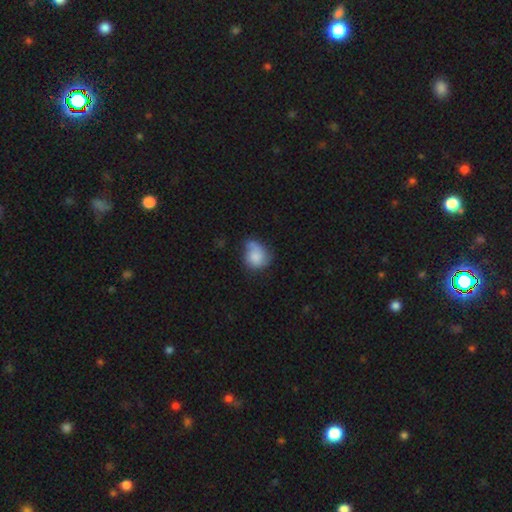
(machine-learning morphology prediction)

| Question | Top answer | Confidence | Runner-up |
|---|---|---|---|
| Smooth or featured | smooth | 72% | featured or disk (20%) |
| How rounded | round | 59% | in between (40%) |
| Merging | none | 37% | tied: minor disturbance (37%) |